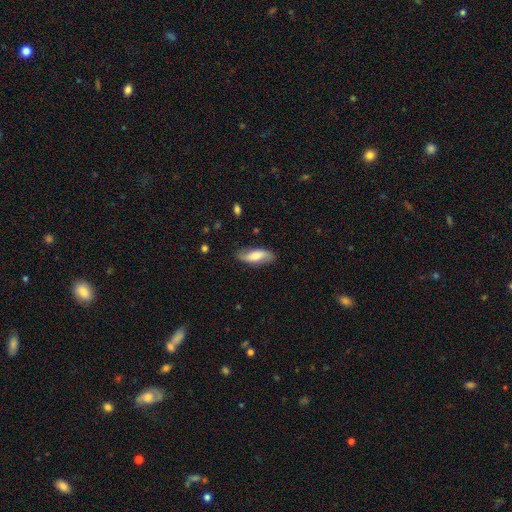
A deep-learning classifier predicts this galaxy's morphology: This is possibly a smooth galaxy (56%). How rounded: likely in between (72%). Merging: clearly none (81%).